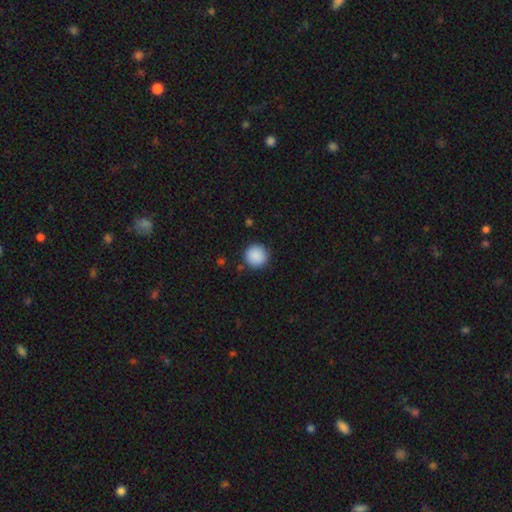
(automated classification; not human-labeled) Morphology: type=smooth (89%); roundness=round (96%); merging=none (90%).